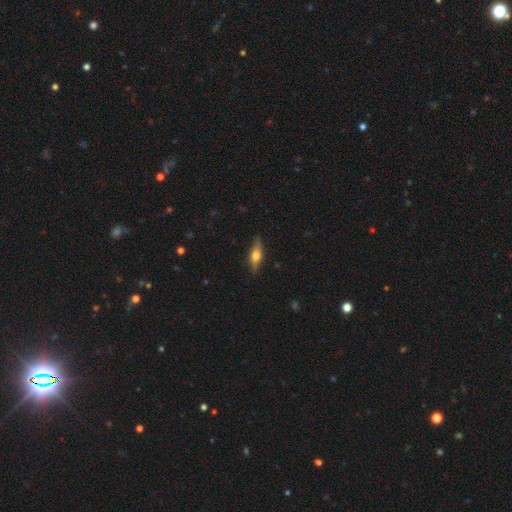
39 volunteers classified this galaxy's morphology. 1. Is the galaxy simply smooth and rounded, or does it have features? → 62% featured or disk, 28% smooth, 10% star or artifact.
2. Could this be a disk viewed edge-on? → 92% yes, 8% no.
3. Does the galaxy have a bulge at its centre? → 77% rounded, 23% boxy, 0% none.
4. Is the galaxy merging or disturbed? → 97% none, 3% minor disturbance, 0% major disturbance, 0% merger.